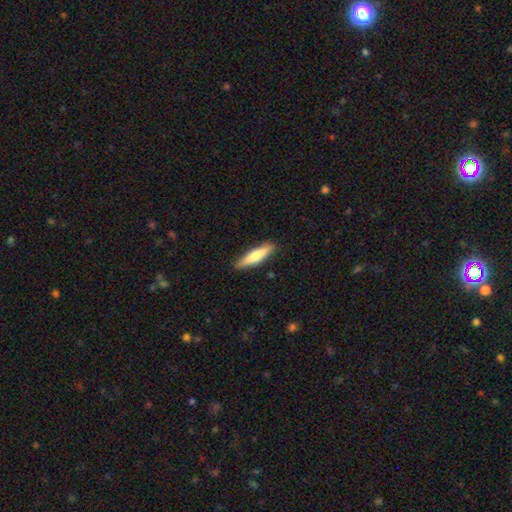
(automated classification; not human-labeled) Smooth or featured? smooth (65%)
How rounded? cigar-shaped (81%)
Merging? none (89%)